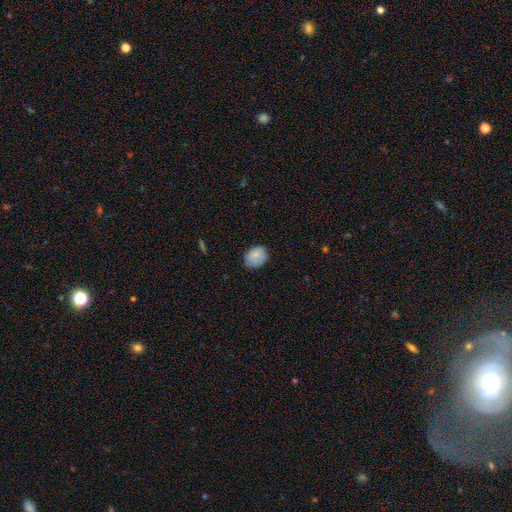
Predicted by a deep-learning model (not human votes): Smooth or featured? smooth (82%)
How rounded? in between (54%)
Merging? none (77%)